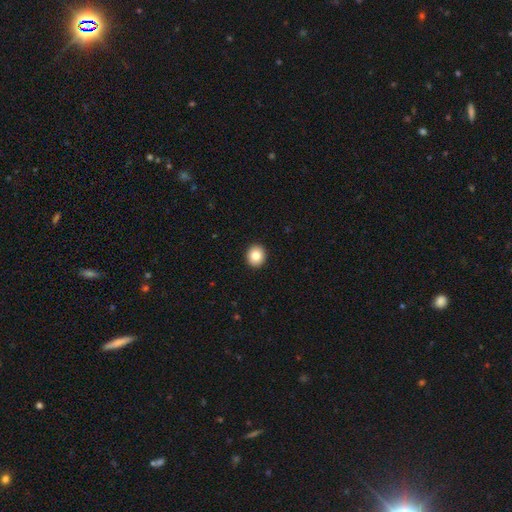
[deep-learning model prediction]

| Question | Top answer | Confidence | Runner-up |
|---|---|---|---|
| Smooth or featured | smooth | 83% | star or artifact (9%) |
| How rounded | round | 84% | in between (15%) |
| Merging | none | 93% | minor disturbance (4%) |